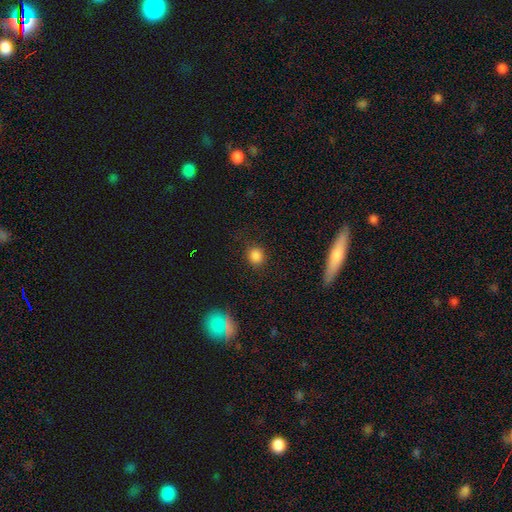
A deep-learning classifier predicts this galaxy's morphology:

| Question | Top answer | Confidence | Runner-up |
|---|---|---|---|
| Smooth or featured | smooth | 83% | star or artifact (12%) |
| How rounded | round | 78% | in between (21%) |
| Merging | none | 86% | minor disturbance (10%) |